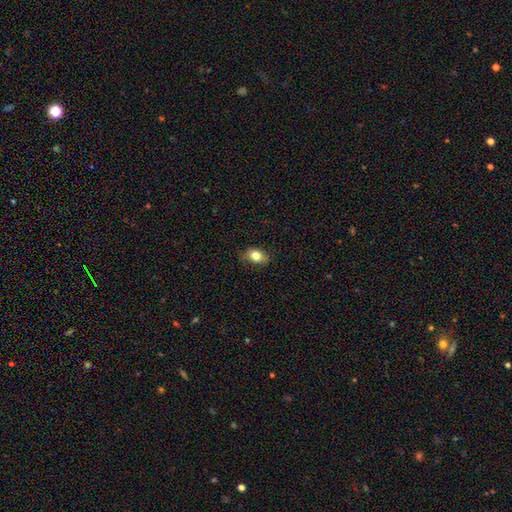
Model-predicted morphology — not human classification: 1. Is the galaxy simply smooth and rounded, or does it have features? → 80% smooth, 11% featured or disk, 9% star or artifact.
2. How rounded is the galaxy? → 77% in between, 22% round, 1% cigar-shaped.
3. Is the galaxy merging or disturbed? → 77% none, 18% minor disturbance, 4% major disturbance, 1% merger.